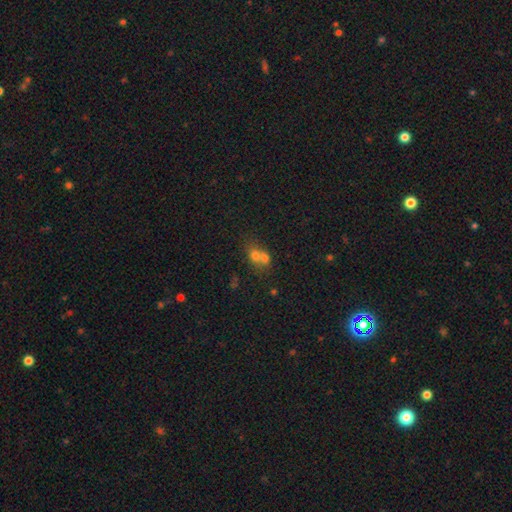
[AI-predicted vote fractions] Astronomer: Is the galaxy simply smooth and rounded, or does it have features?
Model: smooth — 65%.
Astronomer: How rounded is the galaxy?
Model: round — 59% (runner-up: in between, 39%).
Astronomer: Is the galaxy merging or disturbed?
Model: merger — 66%.